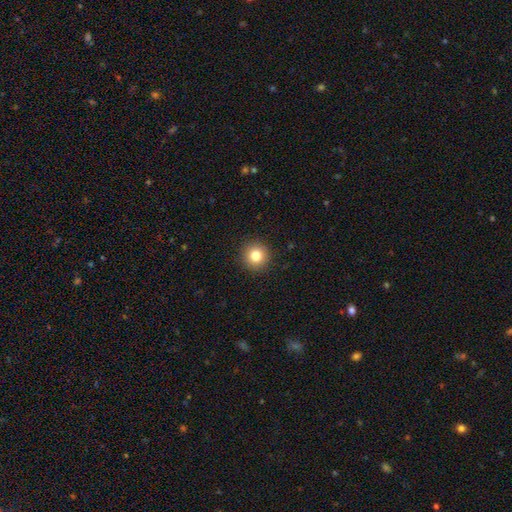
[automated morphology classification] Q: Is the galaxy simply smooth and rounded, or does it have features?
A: smooth — 82%.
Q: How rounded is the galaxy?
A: round — 94%.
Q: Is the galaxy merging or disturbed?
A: none — 92%.